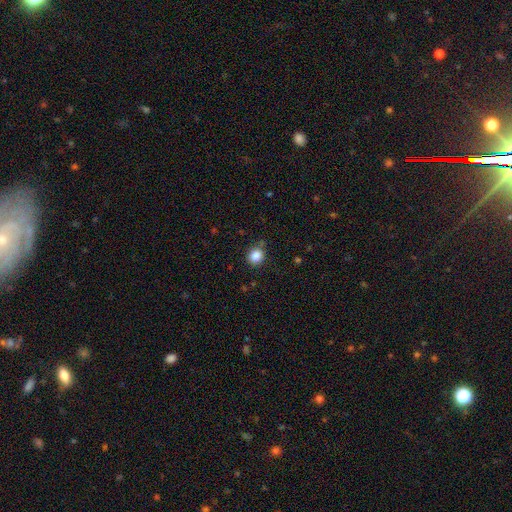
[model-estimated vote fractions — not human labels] This is clearly a smooth galaxy (86%). How rounded: likely round (79%). Merging: clearly none (81%).